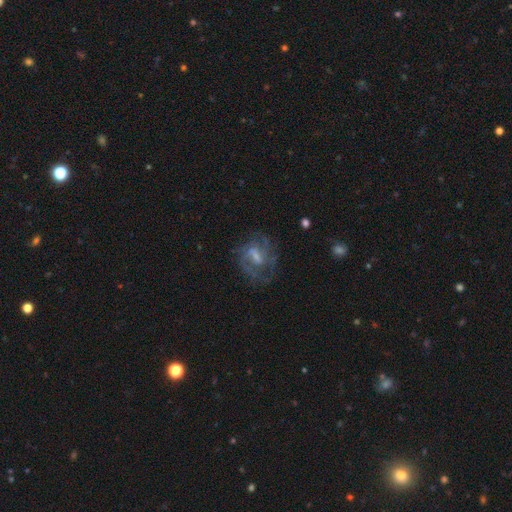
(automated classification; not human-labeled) A featured or disk galaxy (75%) with a weak bar (53%), 2 (39%) medium (48%) spiral arms (85%) and a moderate central bulge (35%, tied with small).

Vote fractions:
- Smooth or featured? featured or disk: 75% / smooth: 17% / star or artifact: 9%
- Edge-on disk? no: 96% / yes: 4%
- Bar? weak: 53% / strong: 27% / no: 19%
- Spiral arms? yes: 85% / no: 15%
- Spiral winding? medium: 48% / tight: 32% / loose: 20%
- Spiral arm count? 2: 39% / can't tell: 31% / 3: 17% / 1: 6% / 4: 5% / more than 4: 3%
- Bulge size? moderate: 35% (tied) / small: 35% (tied) / none: 22% / large: 6% / dominant: 1%
- Merging? none: 61% / minor disturbance: 19% / major disturbance: 18% / merger: 2%